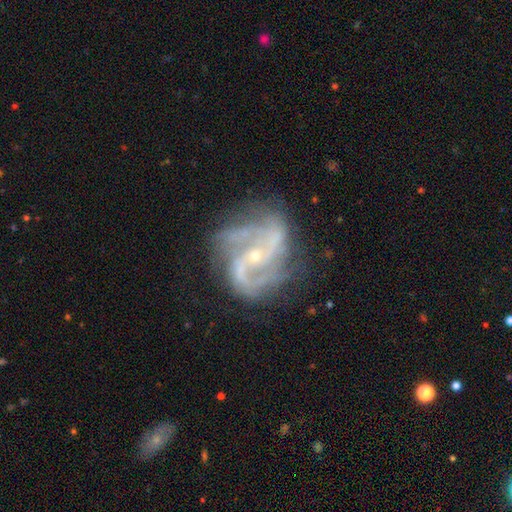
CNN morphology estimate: This appears to be a featured or disk galaxy (90%) with no bar (46%), 2 (63%) medium (52%) spiral arms (96%) and a small central bulge (81%). Merging: none (61%).